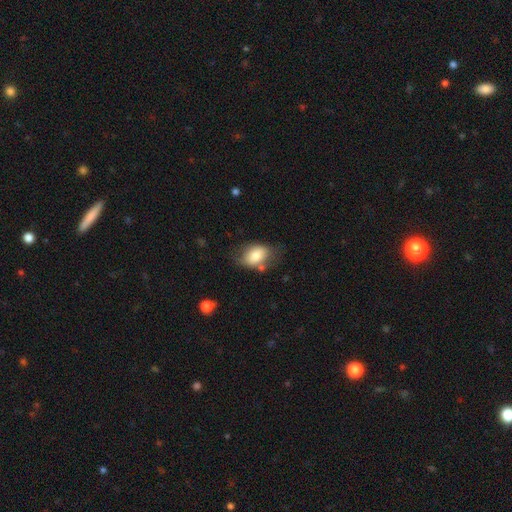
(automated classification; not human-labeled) The model was most divided on "merging": none: 59%, minor disturbance: 26%, major disturbance: 8%, merger: 7%. More confident: how rounded — in between (86%); smooth or featured — smooth (78%).